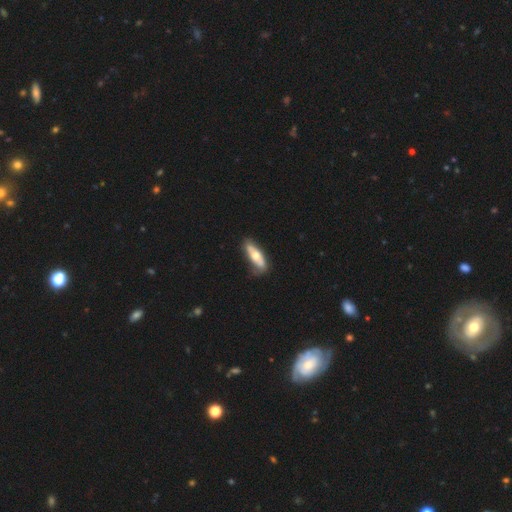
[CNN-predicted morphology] Smooth or featured: featured or disk — 48% (smooth — 47%)
Merging: none — 72% (minor disturbance — 20%)